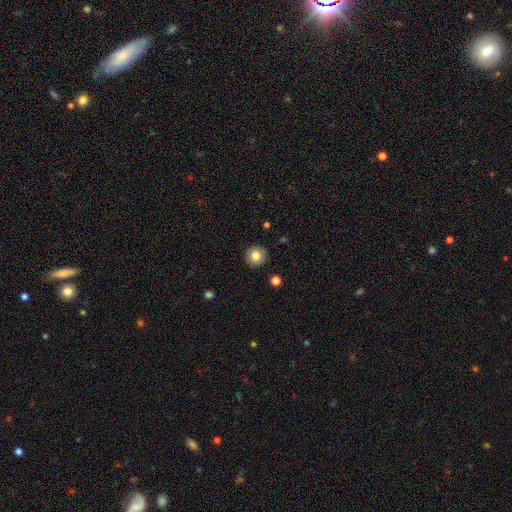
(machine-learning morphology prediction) The model was most divided on "smooth or featured": smooth: 82%, star or artifact: 9%, featured or disk: 9%. More confident: how rounded — round (94%); merging — none (91%).